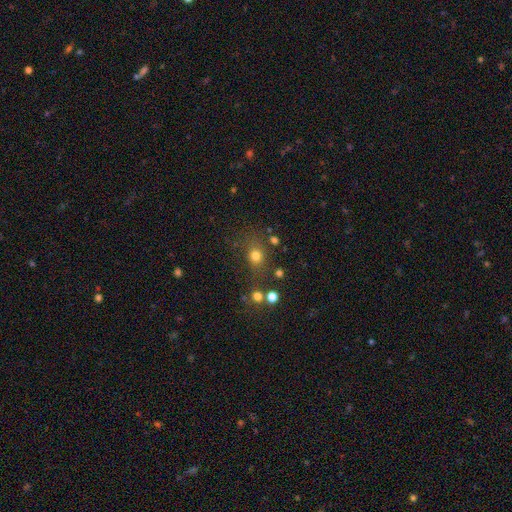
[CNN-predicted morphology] smooth-or-featured: smooth: 75% | star or artifact: 18% | featured or disk: 7%
  how-rounded: round: 72% | in between: 27% | cigar-shaped: 2%
  merging: none: 71% | minor disturbance: 13% | merger: 9% | major disturbance: 7%